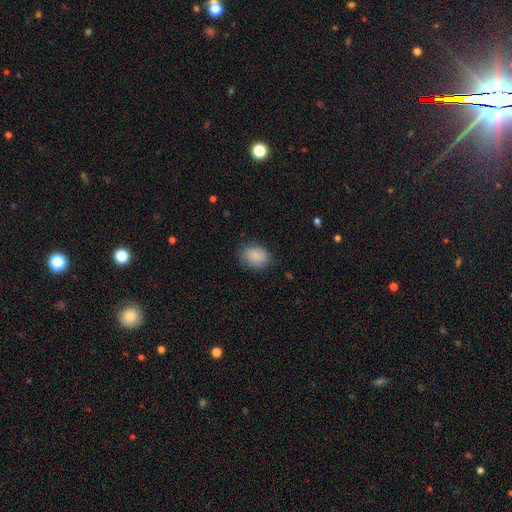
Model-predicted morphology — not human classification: smooth-or-featured: smooth: 87% | star or artifact: 7% | featured or disk: 6%
  how-rounded: in between: 61% | round: 38% | cigar-shaped: 1%
  merging: none: 77% | minor disturbance: 18% | major disturbance: 5% | merger: 1%